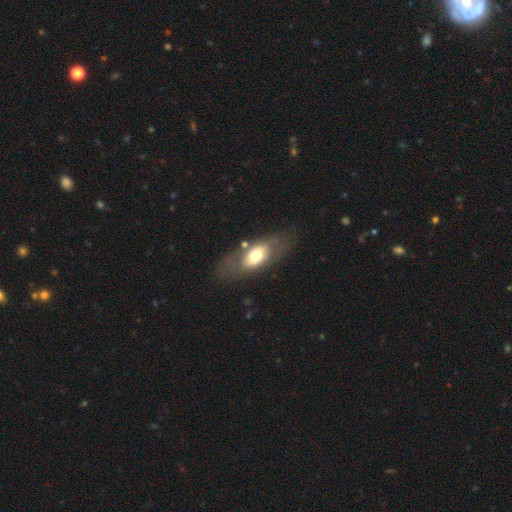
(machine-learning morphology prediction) smooth-or-featured: smooth: 52% | featured or disk: 41% | star or artifact: 7%
  how-rounded: in between: 85% | cigar-shaped: 8% | round: 7%
  merging: none: 67% | minor disturbance: 18% | major disturbance: 12% | merger: 4%